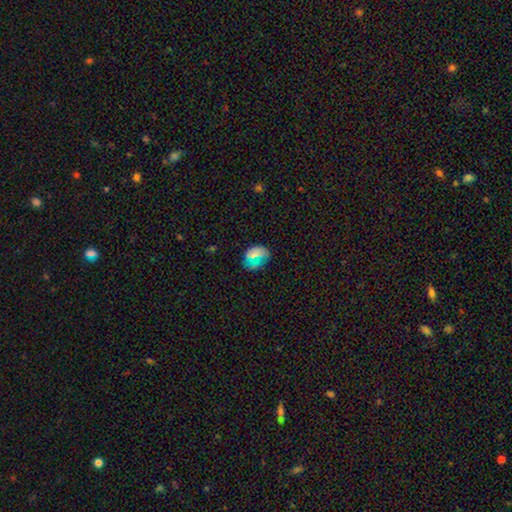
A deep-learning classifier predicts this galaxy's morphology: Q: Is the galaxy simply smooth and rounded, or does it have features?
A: smooth — 63%.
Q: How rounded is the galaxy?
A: in between — 68%.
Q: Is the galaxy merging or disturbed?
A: none — 73%.